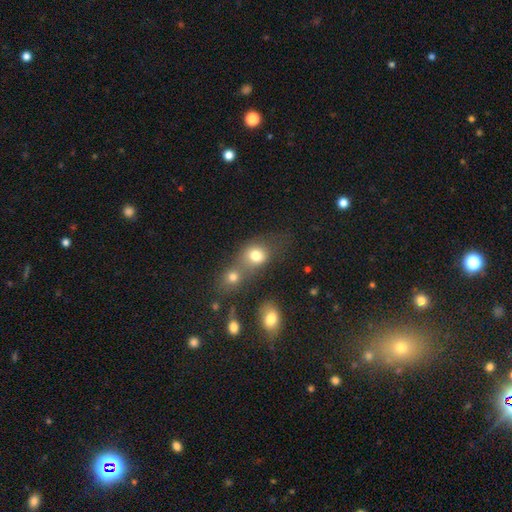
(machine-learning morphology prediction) smooth-or-featured: smooth: 77% | star or artifact: 13% | featured or disk: 10%
  how-rounded: round: 63% | in between: 35% | cigar-shaped: 2%
  merging: merger: 48% | none: 36% | minor disturbance: 10% | major disturbance: 7%